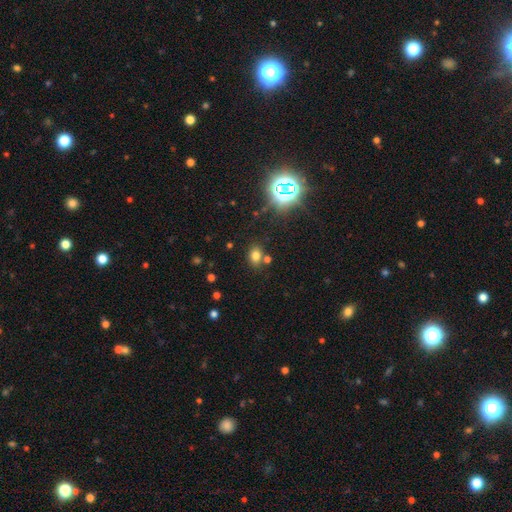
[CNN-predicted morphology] smooth-or-featured: smooth: 69% | star or artifact: 22% | featured or disk: 9%
  how-rounded: in between: 63% | round: 36% | cigar-shaped: 1%
  merging: none: 74% | merger: 12% | minor disturbance: 11% | major disturbance: 4%